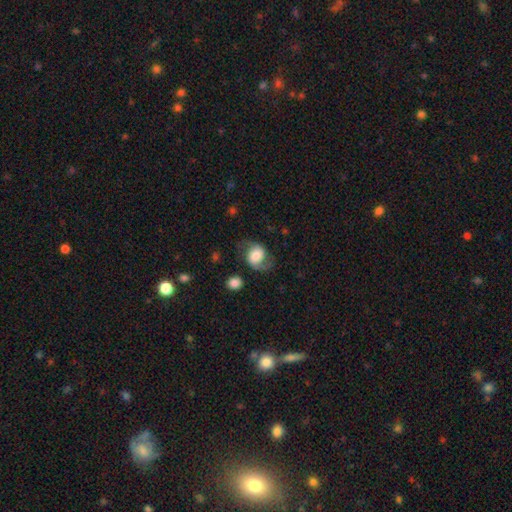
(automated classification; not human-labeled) Q: Smooth or featured?
A: featured or disk (53%); runner-up: smooth (39%)
Q: Edge-on disk?
A: no (97%); runner-up: yes (3%)
Q: Bar?
A: no (58%); runner-up: weak (31%)
Q: Spiral arms?
A: yes (87%); runner-up: no (13%)
Q: Bulge size?
A: moderate (35%); tied with: large (35%)
Q: Merging?
A: none (64%); runner-up: minor disturbance (20%)